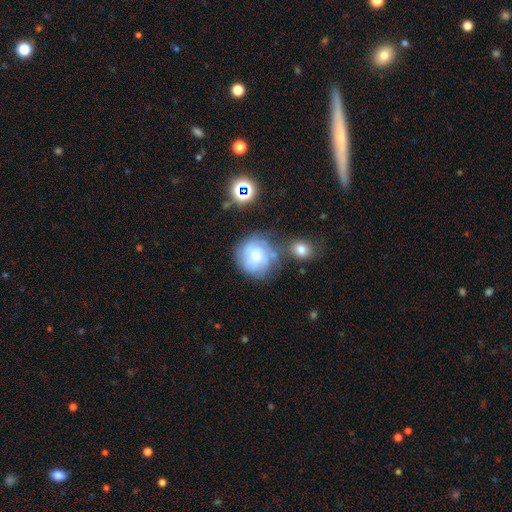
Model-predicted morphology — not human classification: featured or disk 49%, smooth 40%, star or artifact 11%. Down the decision tree: merging — none (58%).